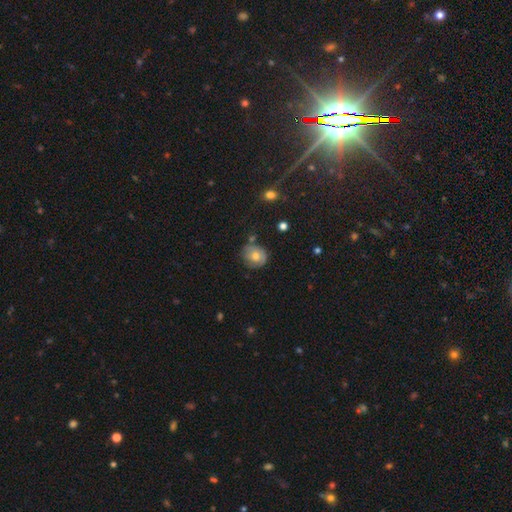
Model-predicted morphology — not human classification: Smooth or featured? smooth (58%)
How rounded? round (76%)
Merging? none (66%)